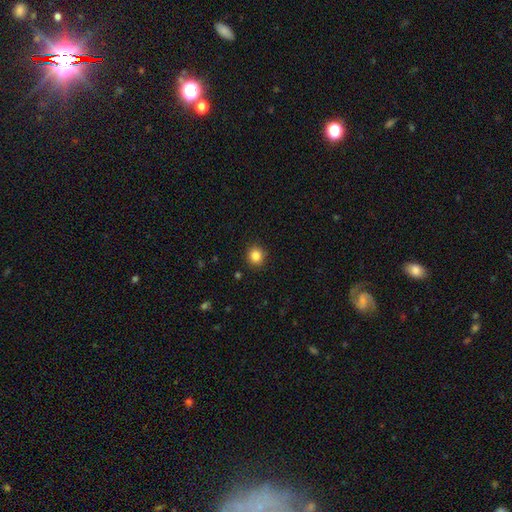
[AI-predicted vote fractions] A smooth galaxy with no disk features (85%) that is round (86%).

Vote fractions:
- Smooth or featured? smooth: 85% / star or artifact: 11% / featured or disk: 4%
- How rounded? round: 86% / in between: 13% / cigar-shaped: 1%
- Merging? none: 91% / minor disturbance: 6% / major disturbance: 2% / merger: 1%